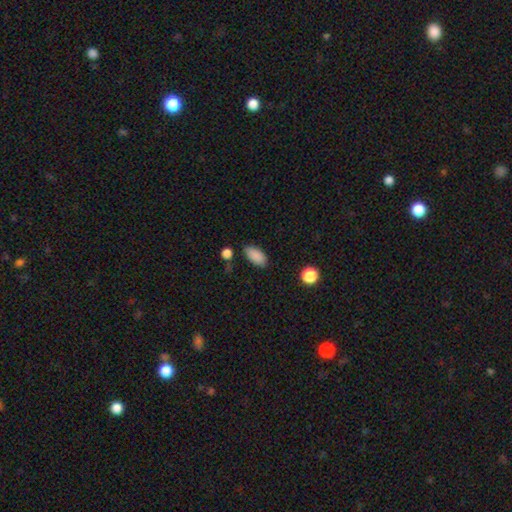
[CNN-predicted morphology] Q: Smooth or featured?
A: smooth (88%); runner-up: star or artifact (8%)
Q: How rounded?
A: in between (92%); runner-up: cigar-shaped (5%)
Q: Merging?
A: none (81%); runner-up: minor disturbance (12%)